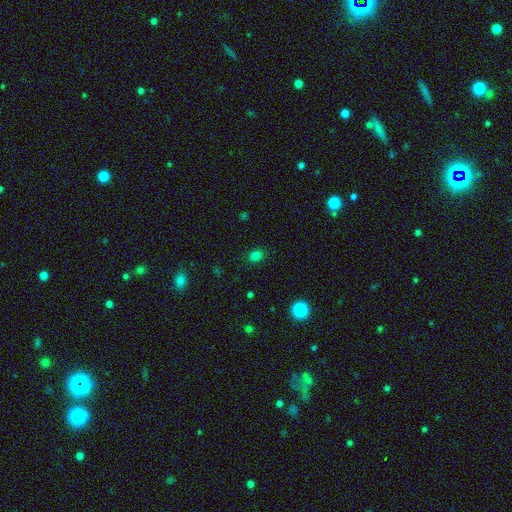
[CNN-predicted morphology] Q: Smooth or featured?
A: smooth (79%); runner-up: star or artifact (16%)
Q: How rounded?
A: round (56%); runner-up: in between (42%)
Q: Merging?
A: none (88%); runner-up: minor disturbance (9%)